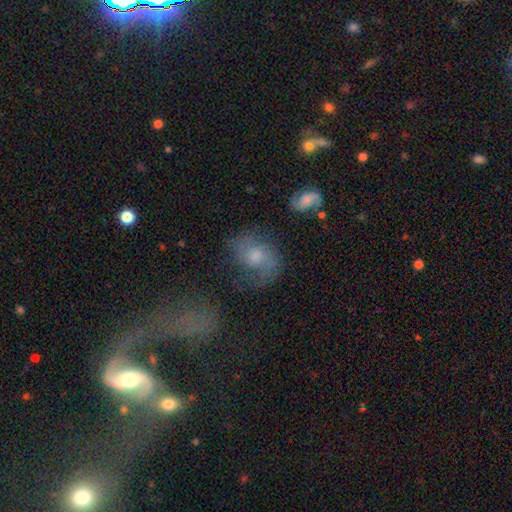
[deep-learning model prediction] A featured or disk galaxy (55%) with no bar (68%), spiral arms (82%) and a moderate central bulge (58%). Merging: none (58%).